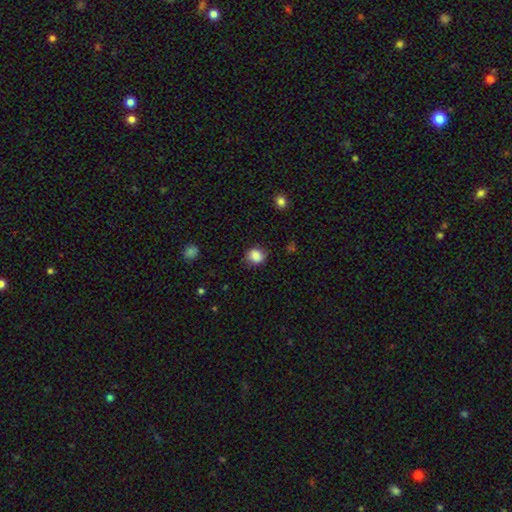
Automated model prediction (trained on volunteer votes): Smooth or featured?
  - smooth: 85% *
  - star or artifact: 9%
  - featured or disk: 5%
How rounded?
  - round: 72% *
  - in between: 27%
  - cigar-shaped: 1%
Merging?
  - none: 78% *
  - minor disturbance: 16%
  - major disturbance: 4%
  - merger: 1%